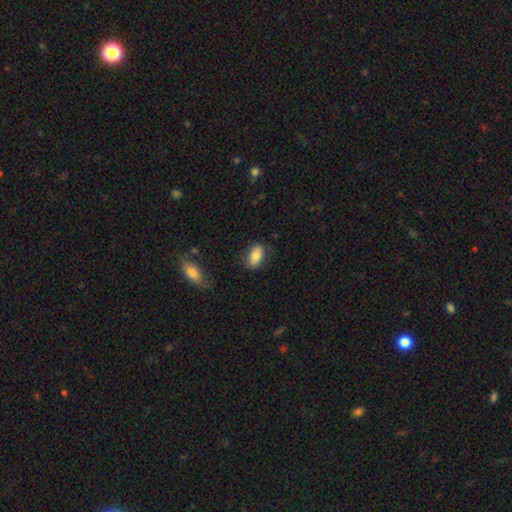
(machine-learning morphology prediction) Smooth or featured: smooth — 78% (featured or disk — 15%)
How rounded: in between — 89% (round — 6%)
Merging: none — 80% (minor disturbance — 14%)